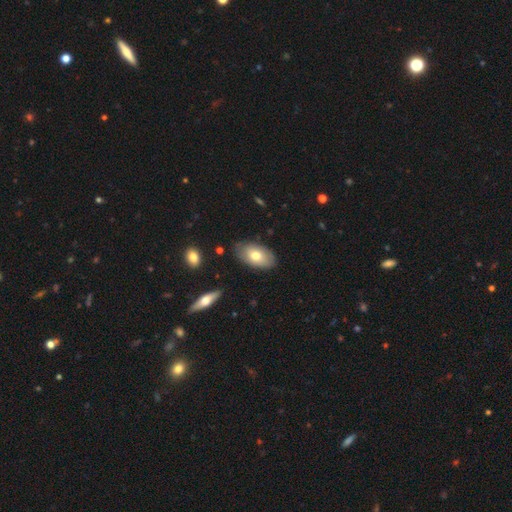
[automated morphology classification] Smooth or featured?
  - smooth: 69% *
  - featured or disk: 24%
  - star or artifact: 7%
How rounded?
  - in between: 94% *
  - round: 5%
  - cigar-shaped: 2%
Merging?
  - none: 82% *
  - minor disturbance: 14%
  - major disturbance: 3%
  - merger: 2%